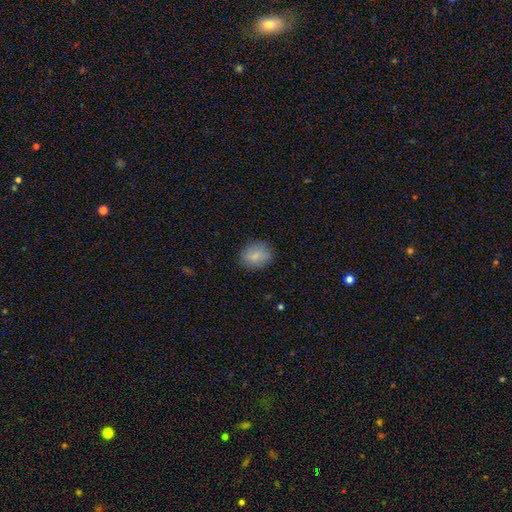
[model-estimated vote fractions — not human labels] smooth_or_featured: smooth (p=0.84) [alt: featured or disk p=0.09]
how_rounded: round (p=0.58) [alt: in between p=0.41]
merging: none (p=0.84) [alt: minor disturbance p=0.12]